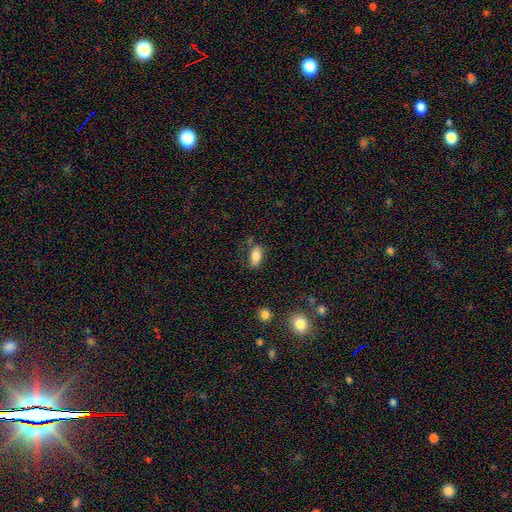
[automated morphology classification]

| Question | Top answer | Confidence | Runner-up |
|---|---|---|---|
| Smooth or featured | smooth | 83% | featured or disk (9%) |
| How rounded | in between | 90% | round (5%) |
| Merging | none | 69% | minor disturbance (20%) |